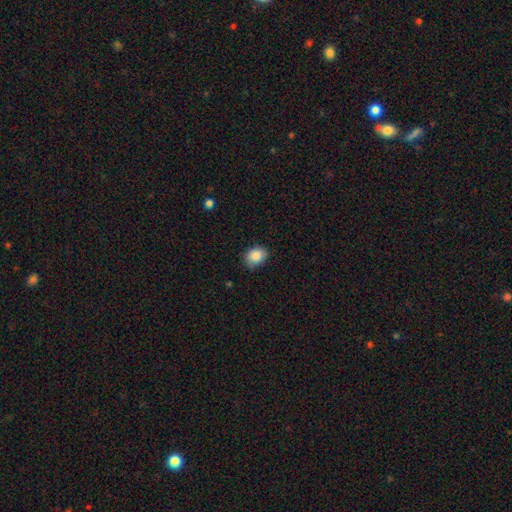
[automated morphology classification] Smooth or featured? Predicted: smooth (p=0.88). How rounded? Predicted: in between (p=0.54). Merging? Predicted: none (p=0.75).